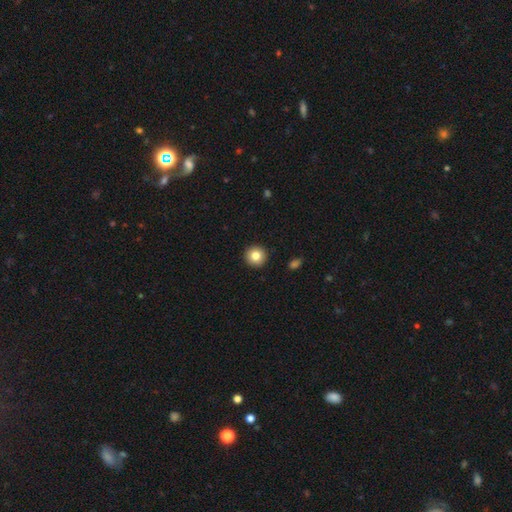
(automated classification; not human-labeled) A smooth galaxy with no disk features (82%) that is round (95%).

Vote fractions:
- Smooth or featured? smooth: 82% / star or artifact: 9% / featured or disk: 8%
- How rounded? round: 95% / in between: 4% / cigar-shaped: 1%
- Merging? none: 93% / minor disturbance: 4% / major disturbance: 1% / merger: 1%